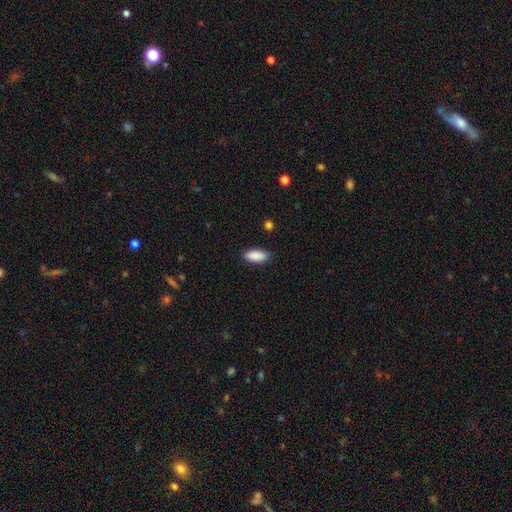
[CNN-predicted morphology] Smooth or featured?
  - smooth: 90% *
  - star or artifact: 6%
  - featured or disk: 4%
How rounded?
  - in between: 87% *
  - cigar-shaped: 11%
  - round: 2%
Merging?
  - none: 86% *
  - minor disturbance: 10%
  - major disturbance: 2%
  - merger: 1%